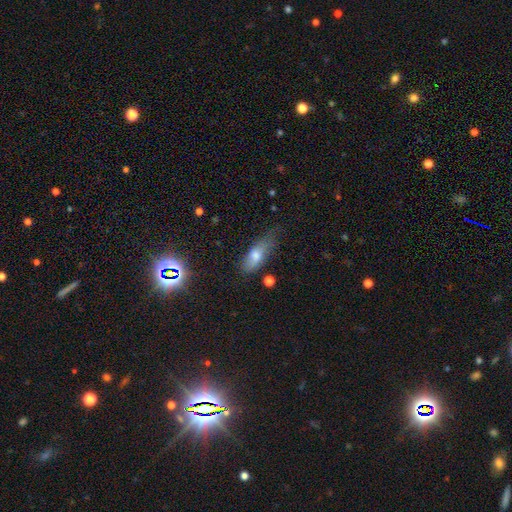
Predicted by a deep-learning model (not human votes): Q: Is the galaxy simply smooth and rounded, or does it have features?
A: smooth — 66%.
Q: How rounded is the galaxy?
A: in between — 70%.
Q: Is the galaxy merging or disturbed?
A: none — 52%.